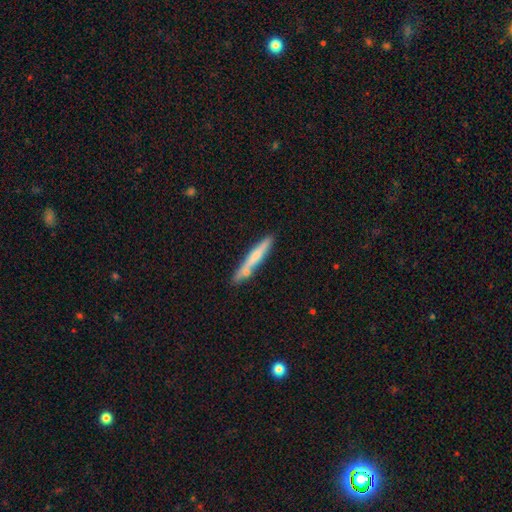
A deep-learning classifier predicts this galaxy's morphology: smooth 59%, featured or disk 35%, star or artifact 5%. Down the decision tree: how rounded — cigar-shaped (94%); merging — none (71%).